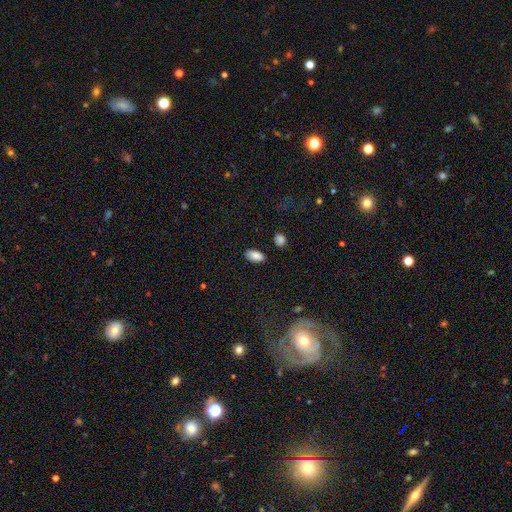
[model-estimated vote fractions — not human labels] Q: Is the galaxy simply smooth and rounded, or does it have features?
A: smooth — 87%.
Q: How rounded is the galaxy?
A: in between — 94%.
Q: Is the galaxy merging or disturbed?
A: none — 85%.